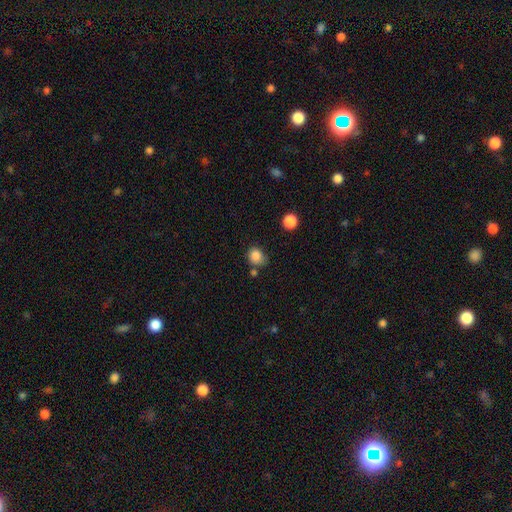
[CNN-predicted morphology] This is clearly a smooth galaxy (84%). How rounded: likely round (73%). Merging: likely none (64%).